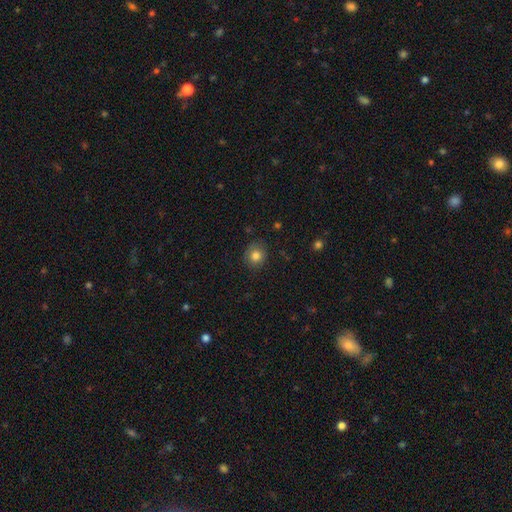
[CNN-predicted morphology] A smooth galaxy with no disk features (81%) that is round (79%). Merging: none (81%).